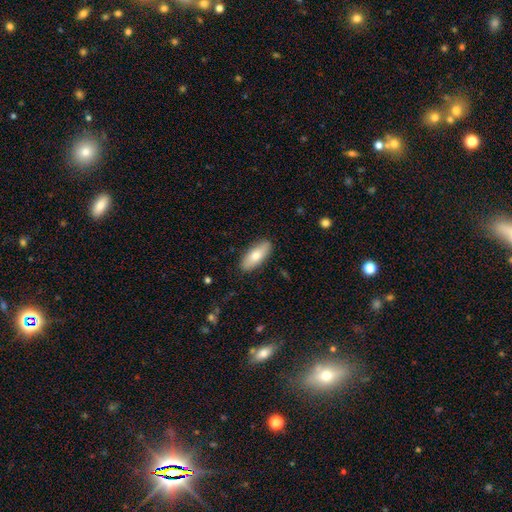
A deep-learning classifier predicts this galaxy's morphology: This is likely a smooth galaxy (74%). How rounded: likely in between (77%). Merging: clearly none (88%).